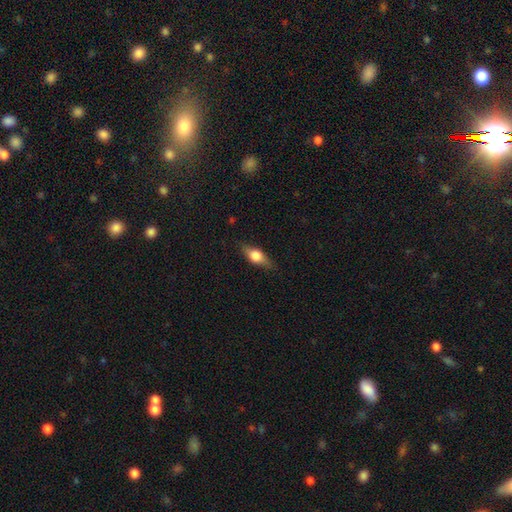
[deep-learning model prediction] The model was most divided on "smooth or featured": smooth: 57%, featured or disk: 36%, star or artifact: 8%. More confident: merging — none (80%); how rounded — in between (70%).